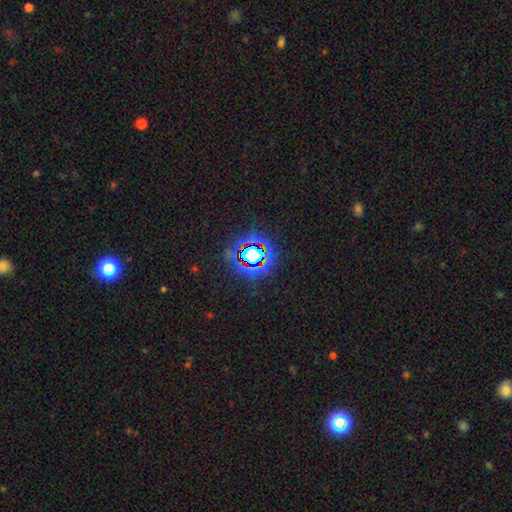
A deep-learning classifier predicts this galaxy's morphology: The model was most divided on "smooth or featured": star or artifact: 72%, smooth: 17%, featured or disk: 11%.